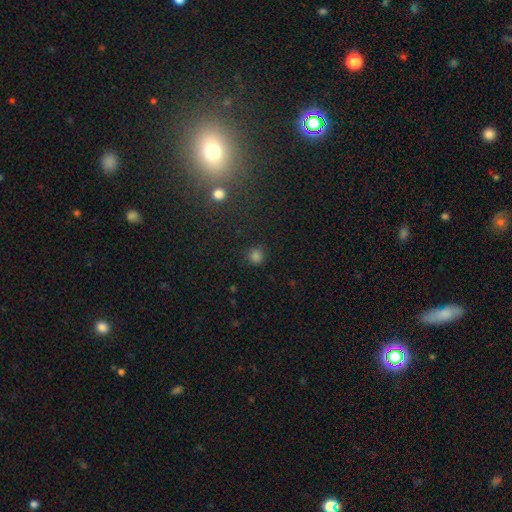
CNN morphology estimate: Overall: smooth (79%). How rounded: round (93%). Merging: none (87%).